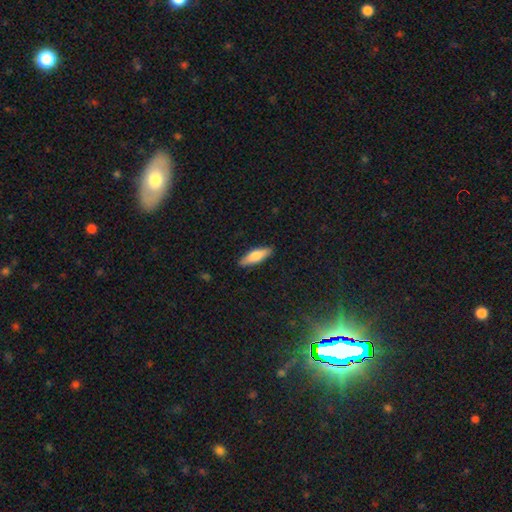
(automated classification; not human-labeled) The model was most divided on "how rounded": cigar-shaped: 55%, in between: 43%, round: 2%. More confident: merging — none (89%); smooth or featured — smooth (70%).